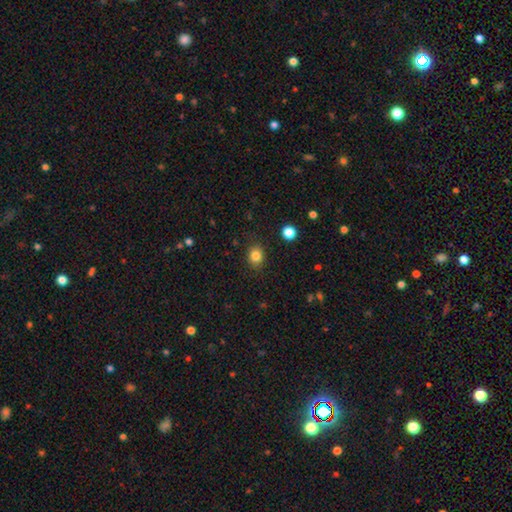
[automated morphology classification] Smooth or featured?
  - smooth: 83% *
  - star or artifact: 11%
  - featured or disk: 6%
How rounded?
  - round: 65% *
  - in between: 34%
  - cigar-shaped: 1%
Merging?
  - none: 87% *
  - minor disturbance: 9%
  - major disturbance: 3%
  - merger: 1%